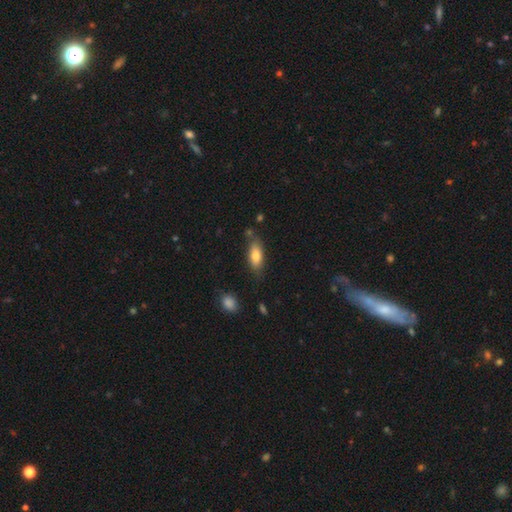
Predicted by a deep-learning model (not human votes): A smooth galaxy with no disk features (80%) that is in between round and cigar-shaped (79%).

Vote fractions:
- Smooth or featured? smooth: 80% / featured or disk: 13% / star or artifact: 7%
- How rounded? in between: 79% / cigar-shaped: 18% / round: 3%
- Merging? none: 70% / minor disturbance: 20% / merger: 6% / major disturbance: 5%